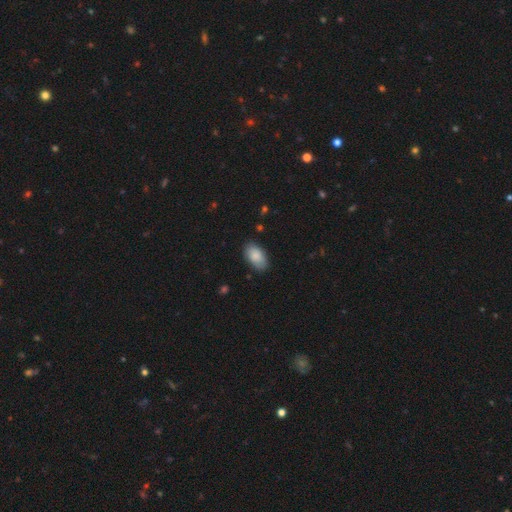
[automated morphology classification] smooth 87%, featured or disk 7%, star or artifact 6%. Down the decision tree: how rounded — in between (95%); merging — none (82%).